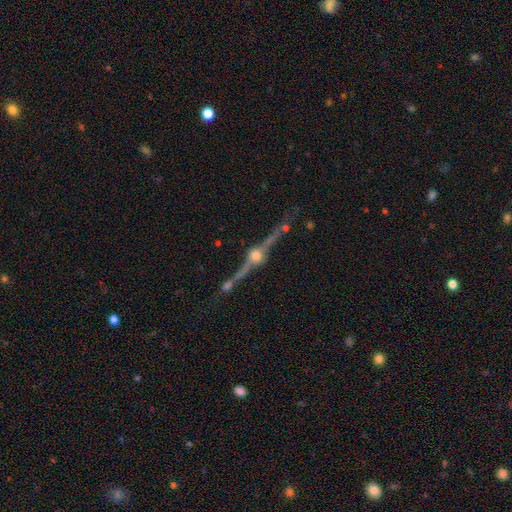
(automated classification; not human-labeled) This is clearly a featured or disk galaxy (85%). It is clearly viewed edge-on (96%). Edge-on bulge: clearly rounded (96%). Merging: likely none (78%).